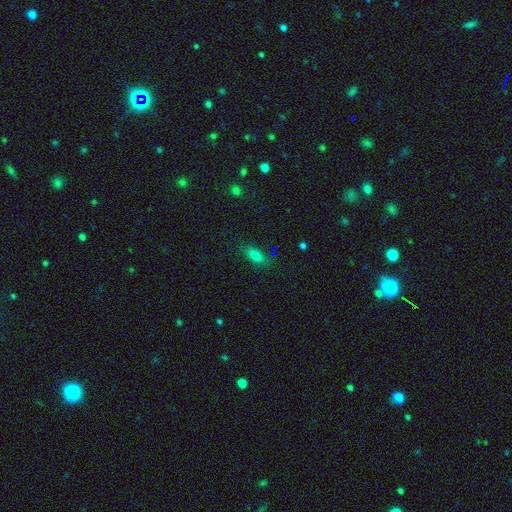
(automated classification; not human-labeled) smooth-or-featured: smooth: 73% | featured or disk: 14% | star or artifact: 13%
  how-rounded: in between: 77% | cigar-shaped: 16% | round: 7%
  merging: none: 83% | minor disturbance: 13% | major disturbance: 3% | merger: 2%